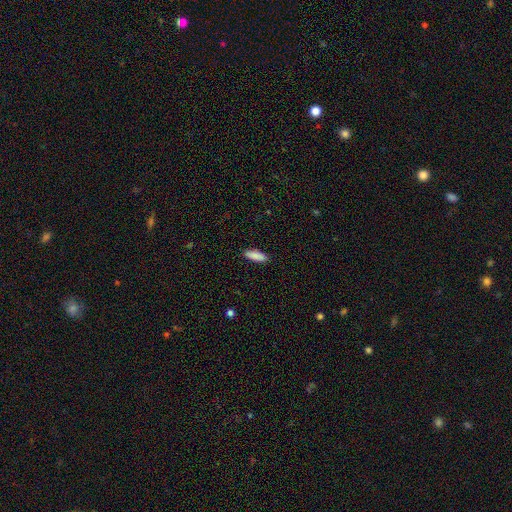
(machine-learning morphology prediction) This appears to be a smooth galaxy with no disk features (89%) that is in between round and cigar-shaped (55%). Merging: none (90%).